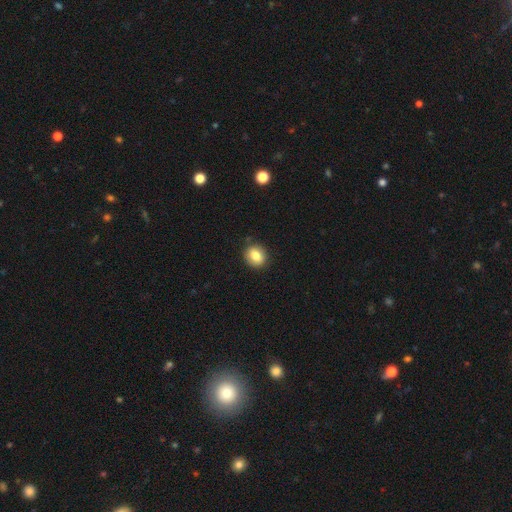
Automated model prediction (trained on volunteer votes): Morphology: type=smooth (82%); roundness=round (61%); merging=none (87%).